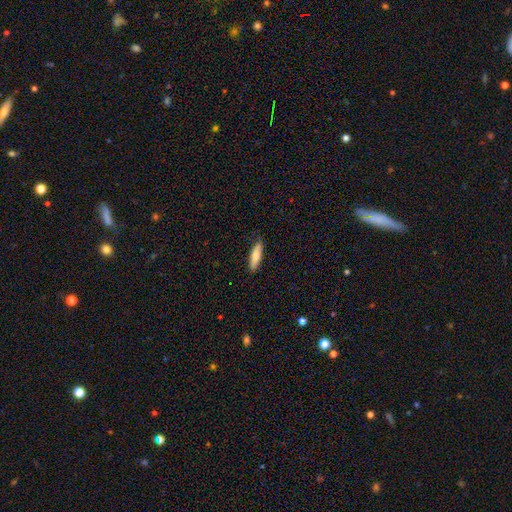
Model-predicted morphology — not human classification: type=smooth (72%); roundness=cigar-shaped (60%); merging=none (87%).